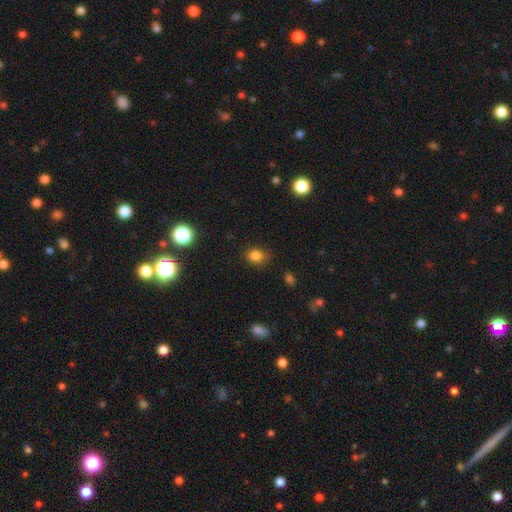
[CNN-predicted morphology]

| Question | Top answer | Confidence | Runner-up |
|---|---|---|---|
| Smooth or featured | smooth | 82% | star or artifact (13%) |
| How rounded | round | 58% | in between (41%) |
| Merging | none | 74% | minor disturbance (20%) |